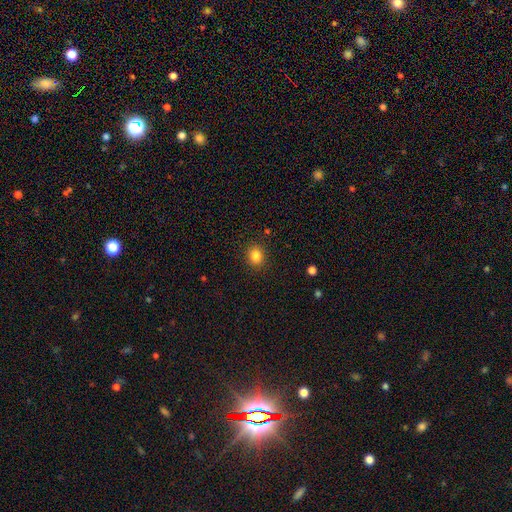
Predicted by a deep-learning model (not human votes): smooth-or-featured: smooth: 84% | star or artifact: 11% | featured or disk: 5%
  how-rounded: round: 73% | in between: 26% | cigar-shaped: 1%
  merging: none: 89% | minor disturbance: 7% | major disturbance: 2% | merger: 1%